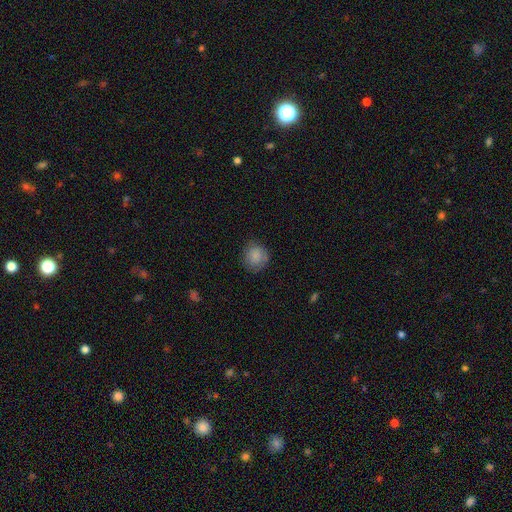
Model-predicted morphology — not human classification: The model was most divided on "merging": none: 79%, minor disturbance: 16%, major disturbance: 4%, merger: 1%. More confident: how rounded — round (87%); smooth or featured — smooth (85%).